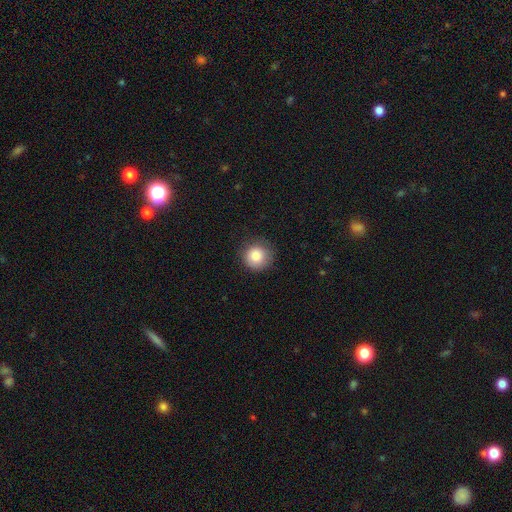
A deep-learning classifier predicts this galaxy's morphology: This is clearly a smooth galaxy (85%). How rounded: clearly round (93%). Merging: clearly none (81%).